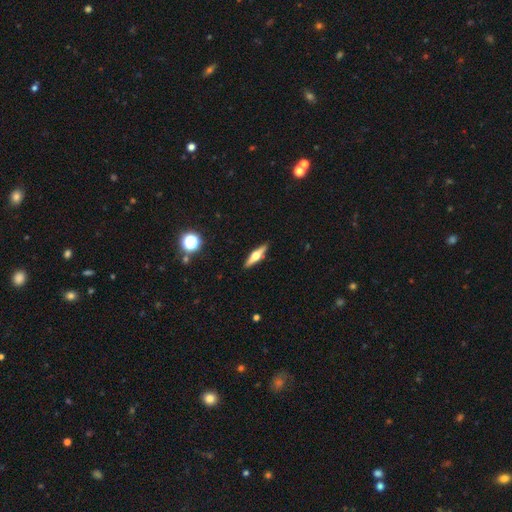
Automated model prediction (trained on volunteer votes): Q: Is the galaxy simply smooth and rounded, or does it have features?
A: featured or disk — 64%.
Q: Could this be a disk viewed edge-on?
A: yes — 96%.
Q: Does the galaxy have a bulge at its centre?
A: rounded — 94%.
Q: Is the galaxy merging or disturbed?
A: none — 91%.